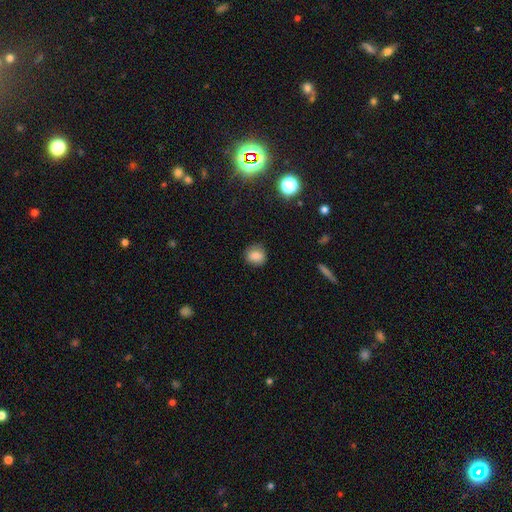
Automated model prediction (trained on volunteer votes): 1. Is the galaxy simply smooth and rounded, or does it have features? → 84% smooth, 10% star or artifact, 6% featured or disk.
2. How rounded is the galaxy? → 77% round, 22% in between, 1% cigar-shaped.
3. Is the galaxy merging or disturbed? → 83% none, 13% minor disturbance, 3% major disturbance, 1% merger.